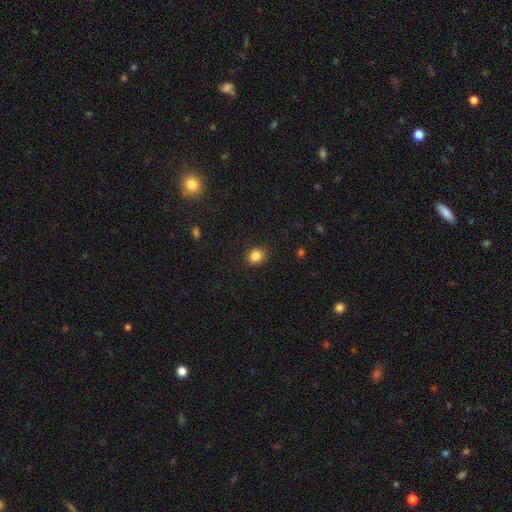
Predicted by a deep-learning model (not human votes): The model was most divided on "how rounded": round: 73%, in between: 26%, cigar-shaped: 1%. More confident: merging — none (87%); smooth or featured — smooth (85%).